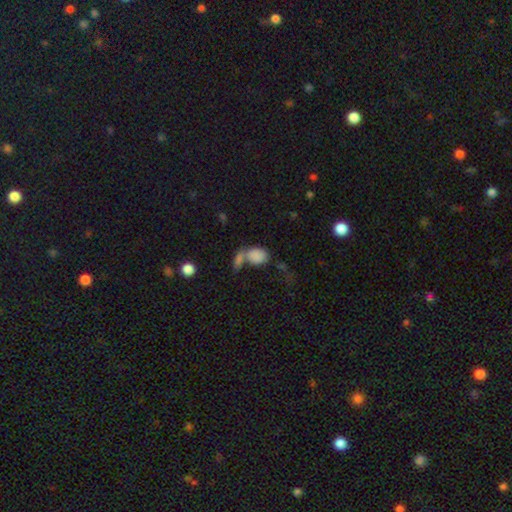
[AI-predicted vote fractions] Smooth or featured? smooth (83%)
How rounded? in between (79%)
Merging? merger (53%)